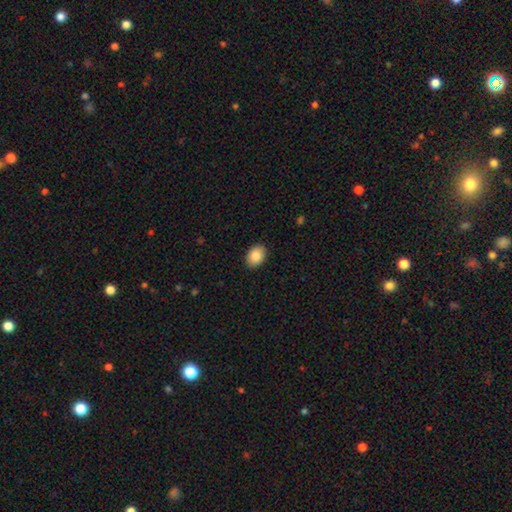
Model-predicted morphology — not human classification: Q: Smooth or featured?
A: smooth (85%); runner-up: star or artifact (7%)
Q: How rounded?
A: in between (79%); runner-up: round (20%)
Q: Merging?
A: none (90%); runner-up: minor disturbance (7%)